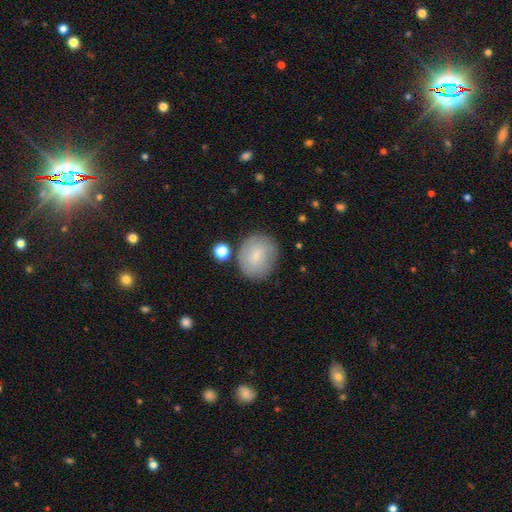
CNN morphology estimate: This appears to be a smooth galaxy with no disk features (74%) that is round (66%). Merging: none (75%).